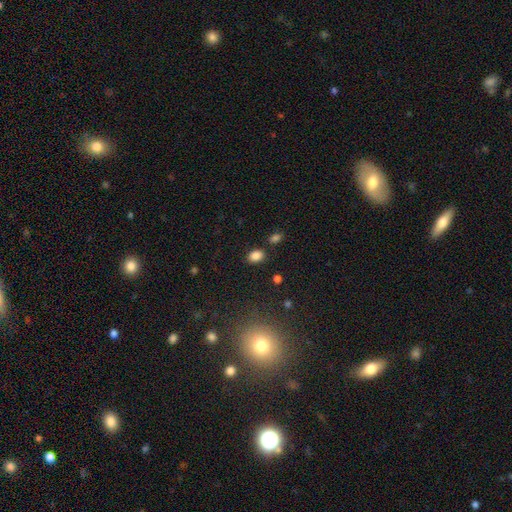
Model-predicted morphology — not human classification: Smooth or featured?
  - smooth: 85% *
  - star or artifact: 11%
  - featured or disk: 4%
How rounded?
  - in between: 78% *
  - round: 21%
  - cigar-shaped: 1%
Merging?
  - none: 80% *
  - minor disturbance: 11%
  - merger: 5%
  - major disturbance: 3%